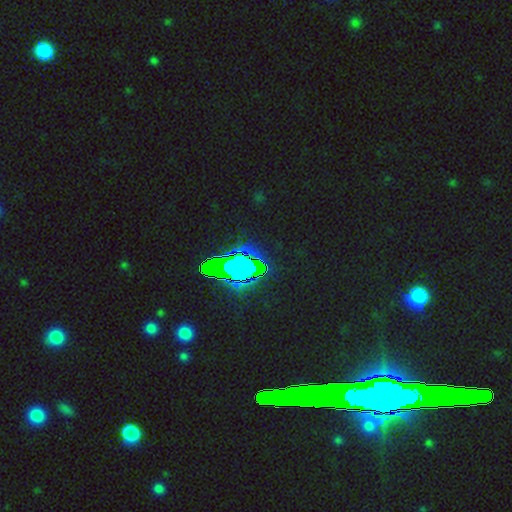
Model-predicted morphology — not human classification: This appears to be a star or artifact, not a galaxy (78%).